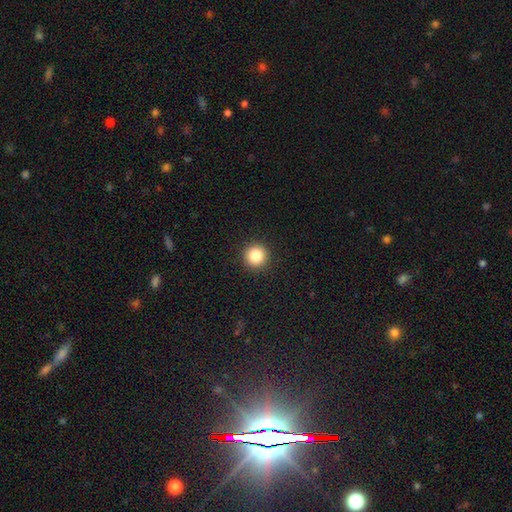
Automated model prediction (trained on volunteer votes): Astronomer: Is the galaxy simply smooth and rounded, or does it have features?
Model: smooth — 86%.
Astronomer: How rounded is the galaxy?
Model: round — 95%.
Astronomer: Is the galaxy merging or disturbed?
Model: none — 93%.